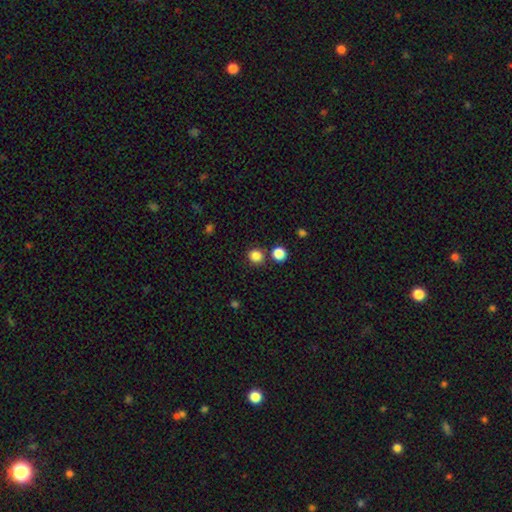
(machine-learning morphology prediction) Q: Smooth or featured?
A: smooth (84%); runner-up: star or artifact (12%)
Q: How rounded?
A: round (88%); runner-up: in between (11%)
Q: Merging?
A: none (82%); runner-up: merger (9%)